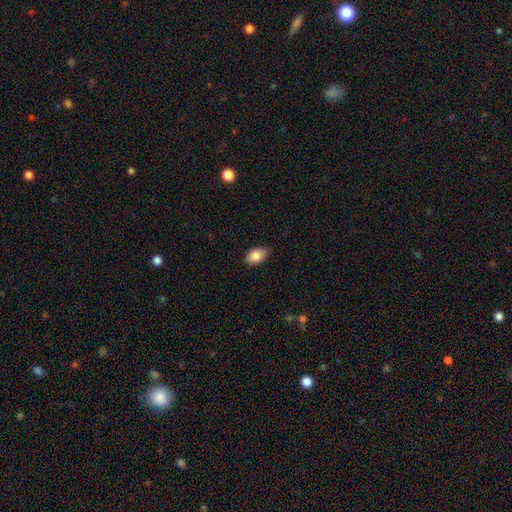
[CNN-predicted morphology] The model was most divided on "merging": none: 82%, minor disturbance: 15%, major disturbance: 2%, merger: 1%. More confident: how rounded — in between (92%); smooth or featured — smooth (85%).